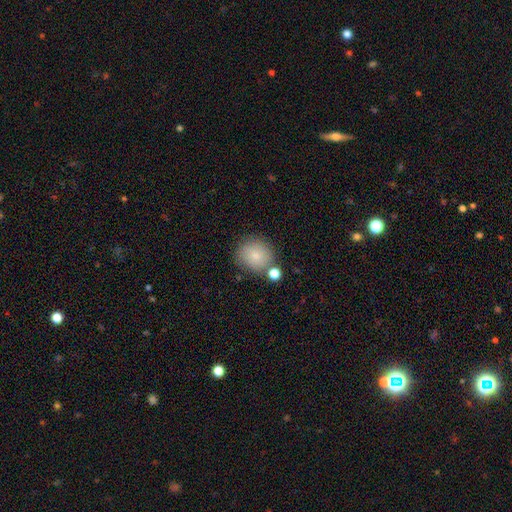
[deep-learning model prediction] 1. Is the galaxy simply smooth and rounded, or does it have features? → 81% smooth, 9% featured or disk, 9% star or artifact.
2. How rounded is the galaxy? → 83% round, 16% in between, 1% cigar-shaped.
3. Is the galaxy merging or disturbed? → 72% none, 13% minor disturbance, 11% merger, 4% major disturbance.